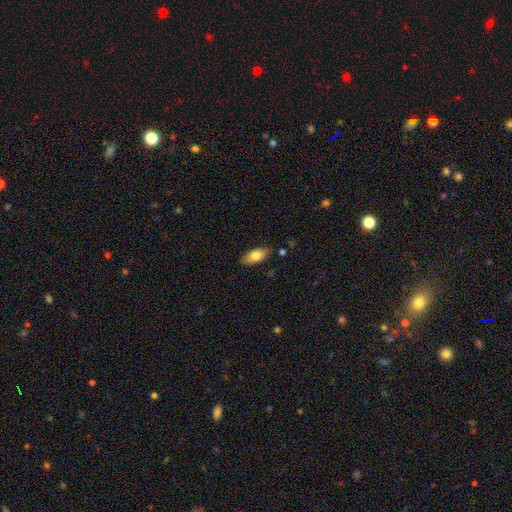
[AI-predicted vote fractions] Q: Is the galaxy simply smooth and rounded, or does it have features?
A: smooth — 76%.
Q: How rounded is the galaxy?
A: in between — 86%.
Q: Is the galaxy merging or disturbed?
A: none — 86%.